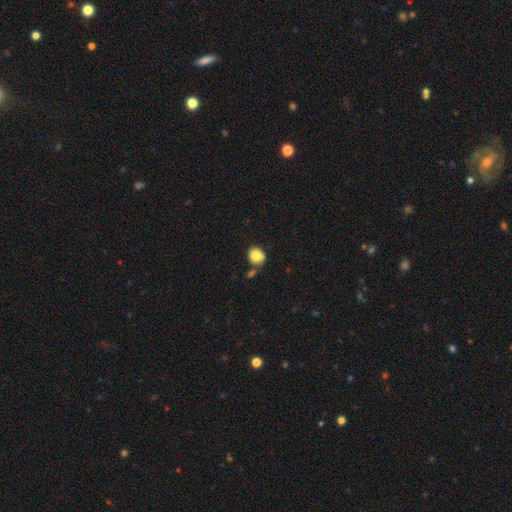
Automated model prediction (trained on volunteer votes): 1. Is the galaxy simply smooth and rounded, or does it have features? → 79% smooth, 12% featured or disk, 9% star or artifact.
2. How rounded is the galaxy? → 72% round, 28% in between, 1% cigar-shaped.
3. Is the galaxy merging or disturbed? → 60% none, 19% merger, 17% minor disturbance, 5% major disturbance.